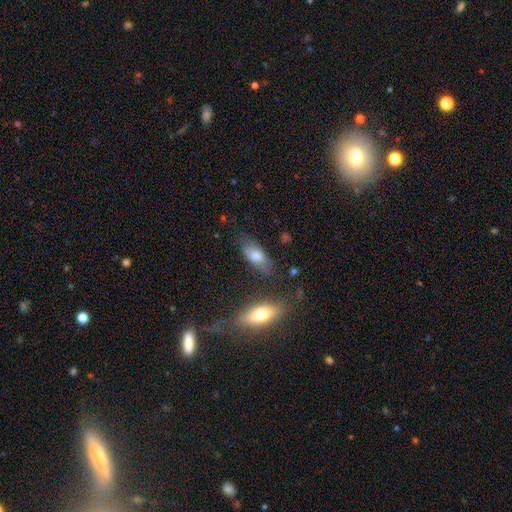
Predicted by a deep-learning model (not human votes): smooth-or-featured: smooth: 69% | featured or disk: 23% | star or artifact: 8%
  how-rounded: in between: 78% | cigar-shaped: 19% | round: 3%
  merging: none: 72% | minor disturbance: 19% | major disturbance: 5% | merger: 4%